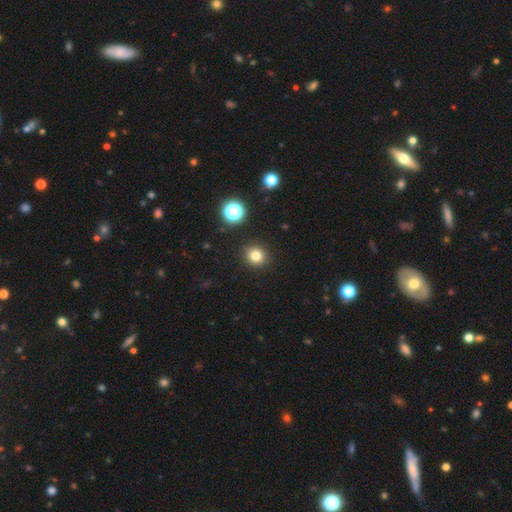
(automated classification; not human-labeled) Smooth or featured? Predicted: smooth (p=0.79). How rounded? Predicted: round (p=0.86). Merging? Predicted: none (p=0.90).